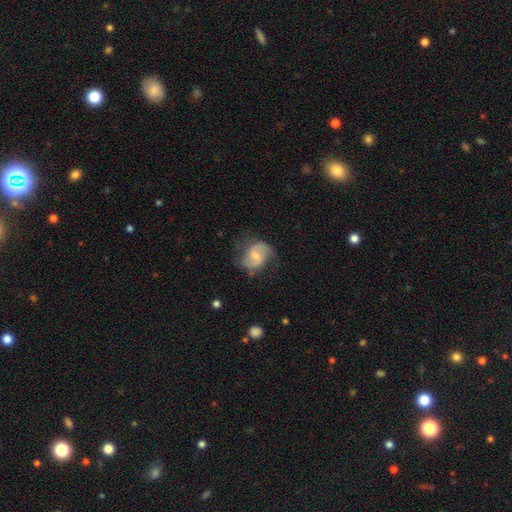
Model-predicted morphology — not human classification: Smooth or featured?
  - featured or disk: 74% *
  - smooth: 20%
  - star or artifact: 6%
Edge-on disk?
  - no: 98% *
  - yes: 2%
Bar?
  - weak: 52% *
  - no: 38%
  - strong: 10%
Spiral arms?
  - yes: 93% *
  - no: 7%
Spiral winding?
  - medium: 50% *
  - loose: 32%
  - tight: 18%
Spiral arm count?
  - 2: 88% *
  - can't tell: 6%
  - 1: 3%
  - 3: 1%
  - 4: 1%
  - more than 4: 1%
Bulge size?
  - small: 45% *
  - moderate: 43%
  - none: 8%
  - large: 3%
  - dominant: 1%
Merging?
  - none: 67% *
  - minor disturbance: 22%
  - major disturbance: 9%
  - merger: 2%